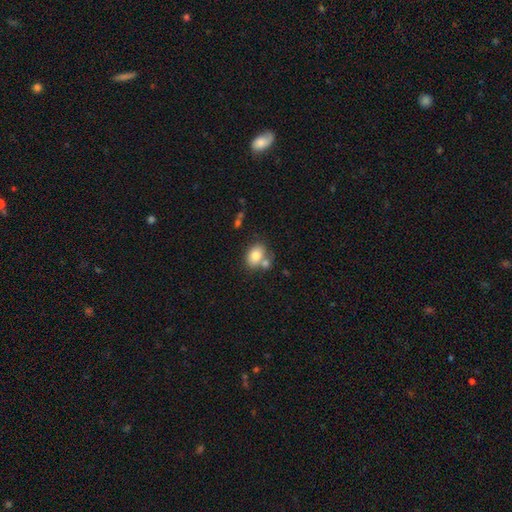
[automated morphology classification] type=smooth (79%); roundness=in between (75%); merging=none (53%).